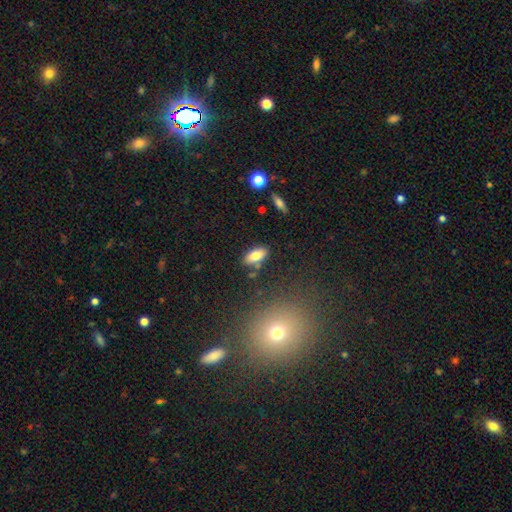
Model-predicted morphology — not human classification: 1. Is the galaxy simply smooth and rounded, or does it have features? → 81% smooth, 11% featured or disk, 8% star or artifact.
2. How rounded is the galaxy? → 86% in between, 12% cigar-shaped, 3% round.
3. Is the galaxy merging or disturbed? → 80% none, 12% minor disturbance, 5% merger, 3% major disturbance.